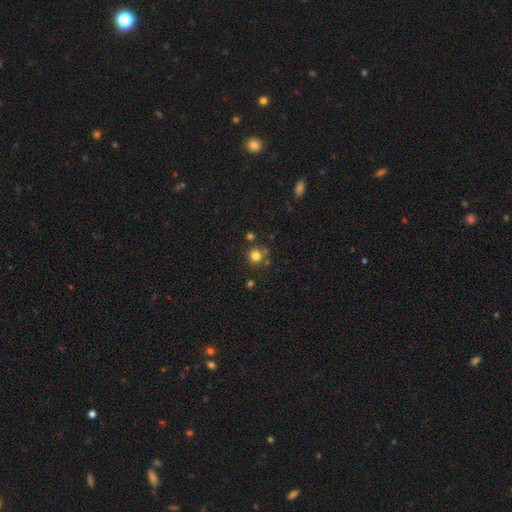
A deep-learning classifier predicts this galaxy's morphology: smooth 78%, star or artifact 16%, featured or disk 6%. Down the decision tree: how rounded — round (93%); merging — none (78%).